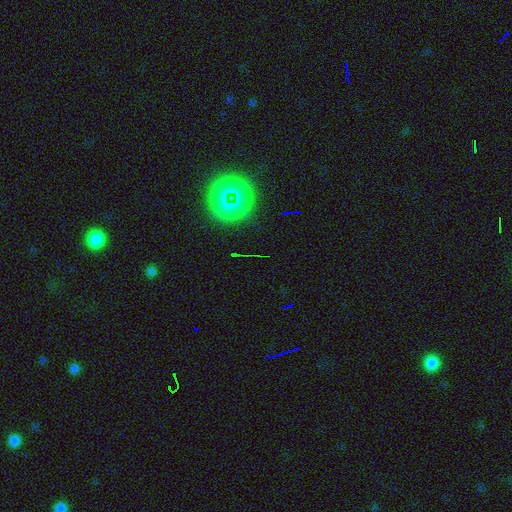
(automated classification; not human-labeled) Smooth or featured?
  - star or artifact: 78% *
  - smooth: 14%
  - featured or disk: 8%